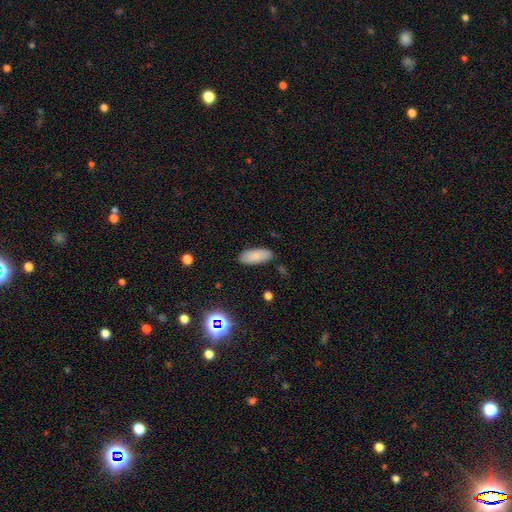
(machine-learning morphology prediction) This appears to be a smooth galaxy with no disk features (84%) that is in between round and cigar-shaped (82%). Merging: none (86%).